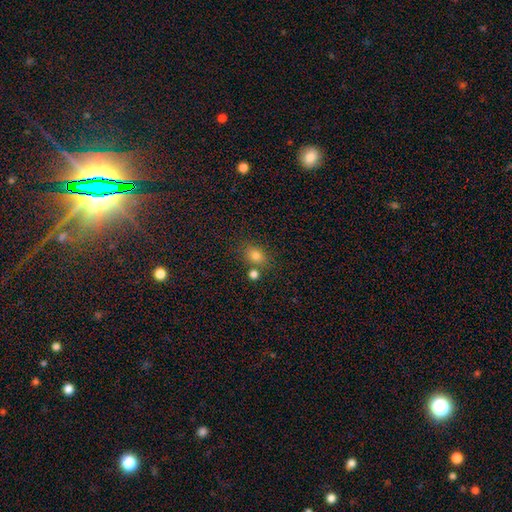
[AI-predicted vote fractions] This is likely a smooth galaxy (78%). How rounded: possibly in between (57%). Merging: likely none (68%).